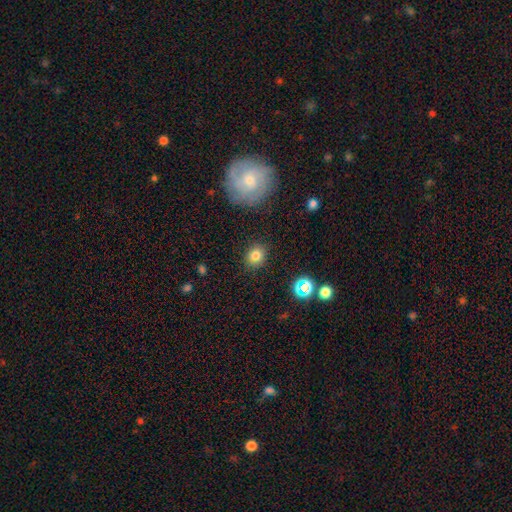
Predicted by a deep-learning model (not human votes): Smooth or featured: smooth — 80% (star or artifact — 13%)
How rounded: round — 67% (in between — 32%)
Merging: none — 87% (minor disturbance — 9%)